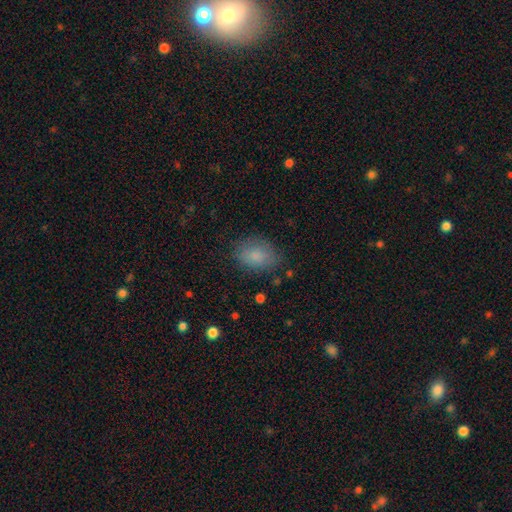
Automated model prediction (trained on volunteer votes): A smooth galaxy with no disk features (84%) that is in between round and cigar-shaped (80%).

Vote fractions:
- Smooth or featured? smooth: 84% / star or artifact: 8% / featured or disk: 8%
- How rounded? in between: 80% / round: 19% / cigar-shaped: 1%
- Merging? none: 79% / minor disturbance: 15% / major disturbance: 5% / merger: 1%